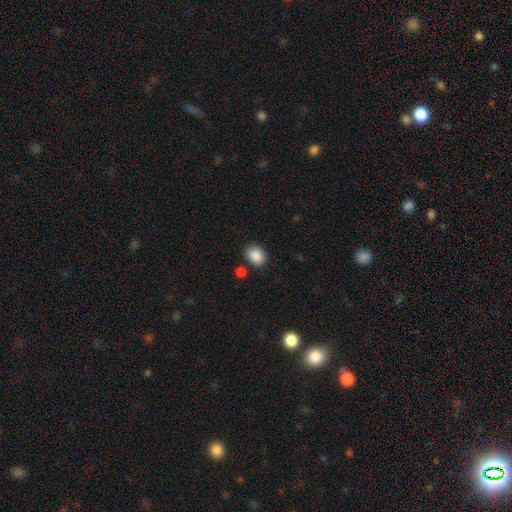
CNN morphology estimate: type=smooth (88%); roundness=in between (67%); merging=none (80%).